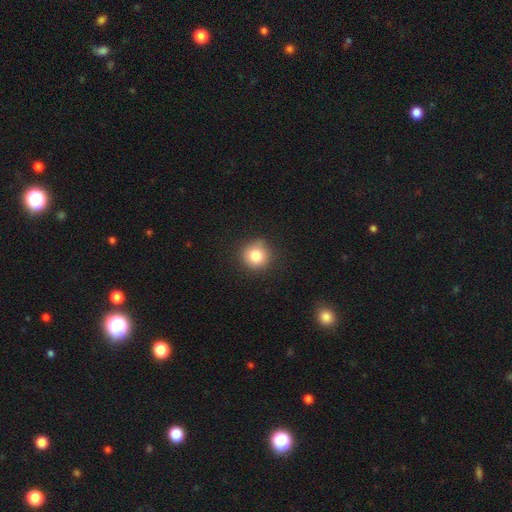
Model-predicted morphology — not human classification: This is clearly a smooth galaxy (83%). How rounded: clearly round (93%). Merging: clearly none (87%).